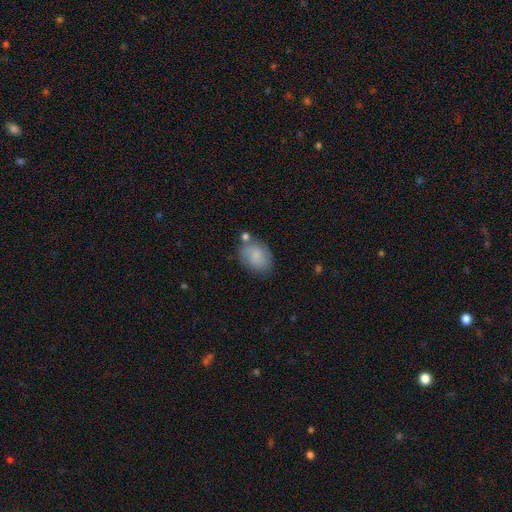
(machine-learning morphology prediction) smooth 73%, featured or disk 19%, star or artifact 7%. Down the decision tree: how rounded — in between (73%); merging — none (64%).